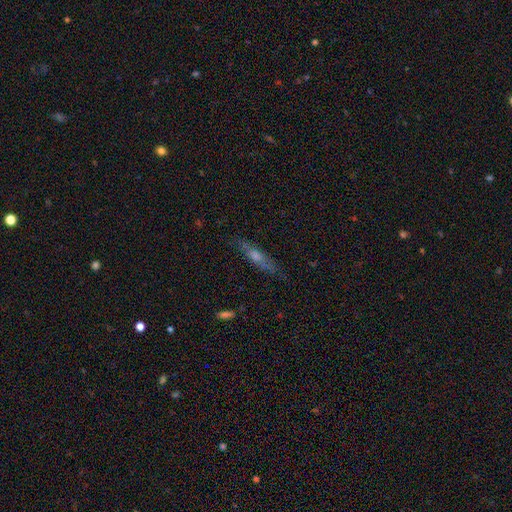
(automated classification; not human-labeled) Smooth or featured? Predicted: featured or disk (p=0.57). Edge-on disk? Predicted: yes (p=0.86). Merging? Predicted: none (p=0.82).